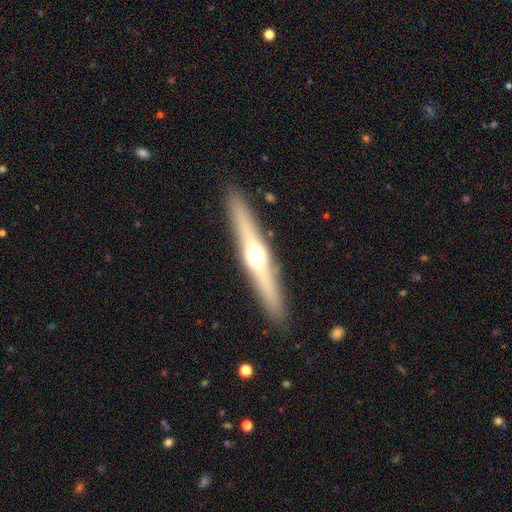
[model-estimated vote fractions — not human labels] Smooth or featured? featured or disk (66%)
Edge-on disk? yes (95%)
Edge-on bulge? rounded (93%)
Merging? none (90%)